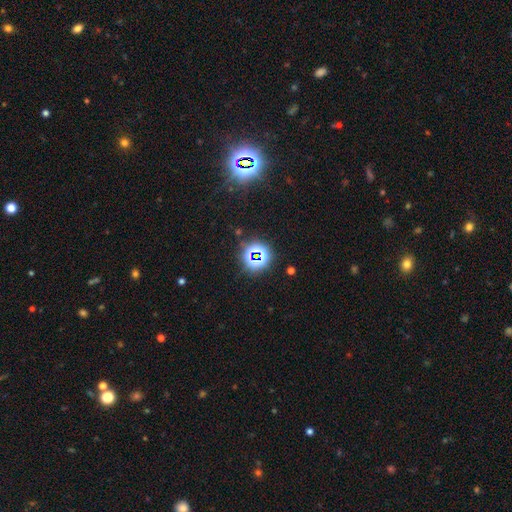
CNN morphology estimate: type=star or artifact (73%).